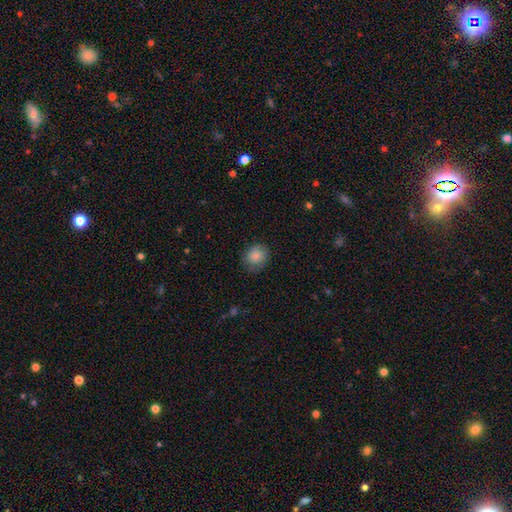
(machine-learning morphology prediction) Smooth or featured? Predicted: smooth (p=0.84). How rounded? Predicted: round (p=0.72). Merging? Predicted: none (p=0.76).